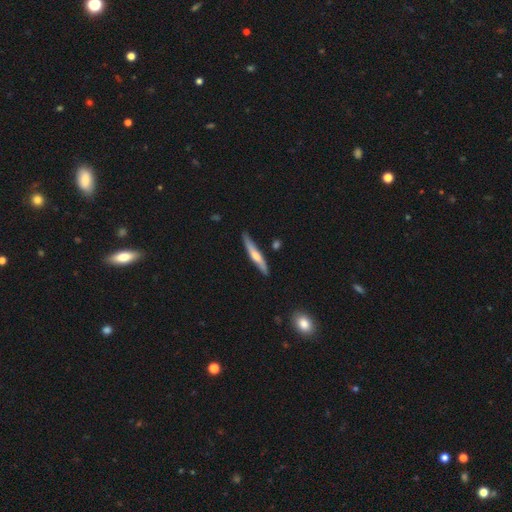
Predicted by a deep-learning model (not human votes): The model was most divided on "smooth or featured": smooth: 48%, featured or disk: 47%, star or artifact: 5%. More confident: merging — none (83%).